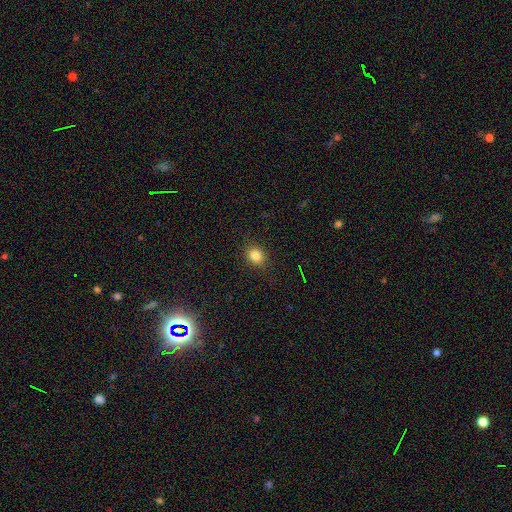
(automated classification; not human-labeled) smooth 82%, star or artifact 12%, featured or disk 6%. Down the decision tree: how rounded — round (55%); merging — none (87%).